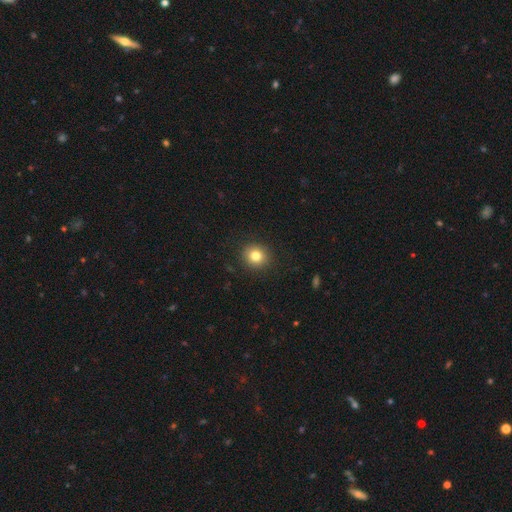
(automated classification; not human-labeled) Smooth or featured? Predicted: smooth (p=0.81). How rounded? Predicted: round (p=0.87). Merging? Predicted: none (p=0.91).